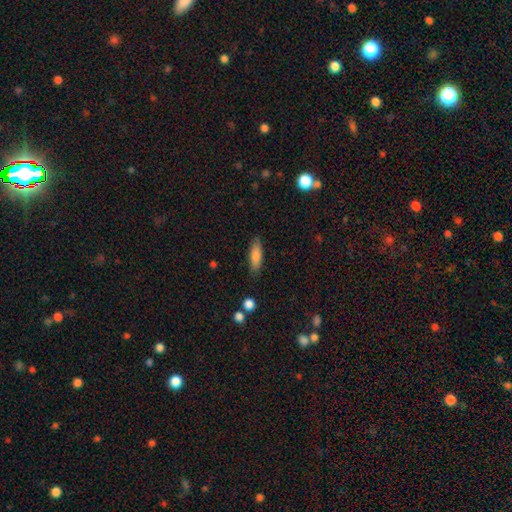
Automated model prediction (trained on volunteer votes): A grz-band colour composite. It shows a smooth galaxy with no disk features (78%) that is cigar-shaped (54%). Merging: none (85%).